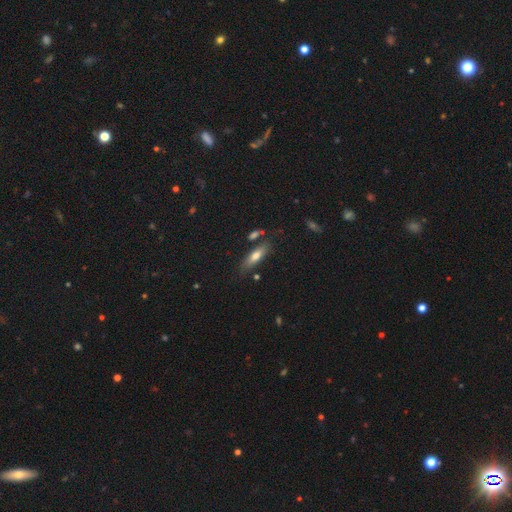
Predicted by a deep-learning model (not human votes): smooth 65%, featured or disk 28%, star or artifact 7%. Down the decision tree: how rounded — cigar-shaped (55%); merging — none (73%).